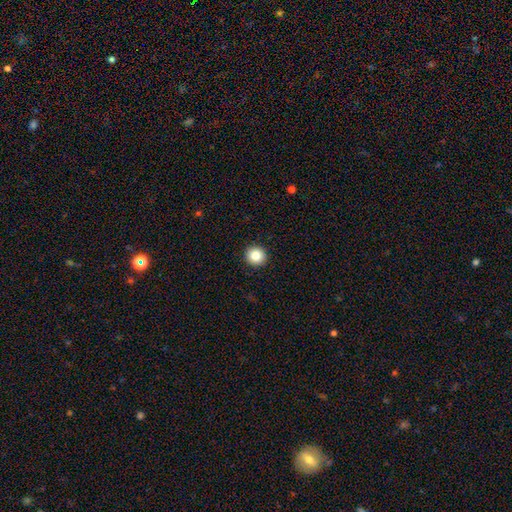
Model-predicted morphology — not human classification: A smooth galaxy with no disk features (84%) that is round (94%).

Vote fractions:
- Smooth or featured? smooth: 84% / star or artifact: 10% / featured or disk: 6%
- How rounded? round: 94% / in between: 5% / cigar-shaped: 1%
- Merging? none: 93% / minor disturbance: 4% / major disturbance: 1% / merger: 1%